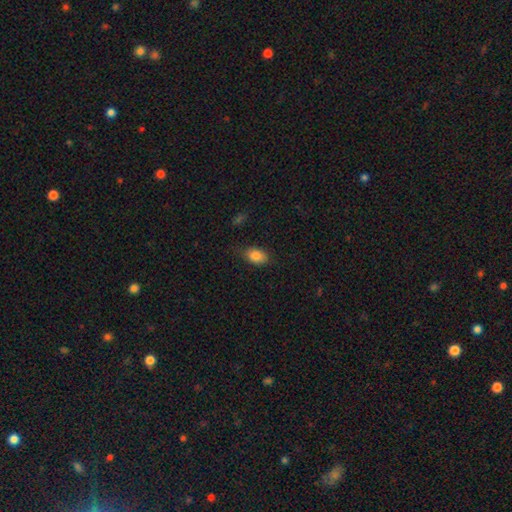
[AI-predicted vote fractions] This appears to be a smooth galaxy with no disk features (85%) that is in between round and cigar-shaped (84%). Merging: none (74%).